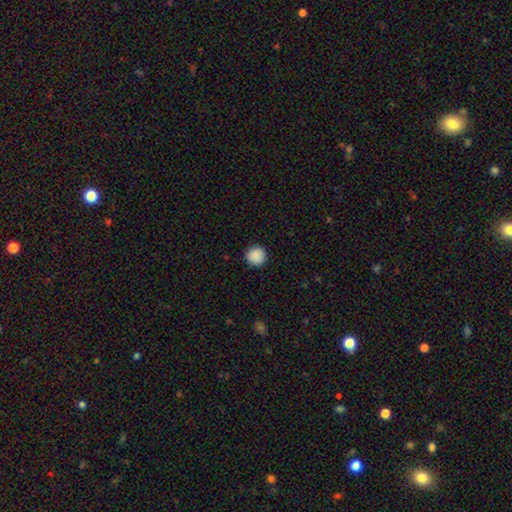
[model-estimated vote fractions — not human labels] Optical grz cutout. It shows a smooth galaxy with no disk features (89%) that is round (95%). Merging: none (92%).